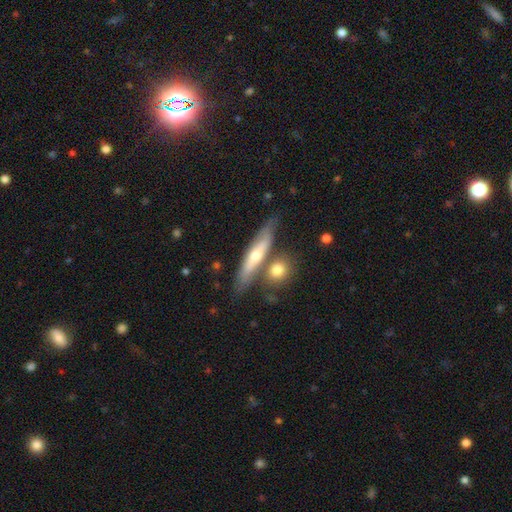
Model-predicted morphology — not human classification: smooth_or_featured: featured or disk (p=0.56) [alt: smooth p=0.37]
disk_edge_on: yes (p=0.78) [alt: no p=0.22]
merging: none (p=0.64) [alt: merger p=0.18]